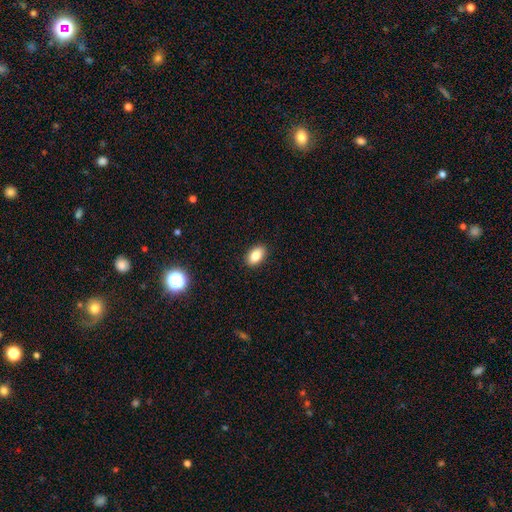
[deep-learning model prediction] Overall: smooth (85%). How rounded: in between (90%). Merging: none (90%).